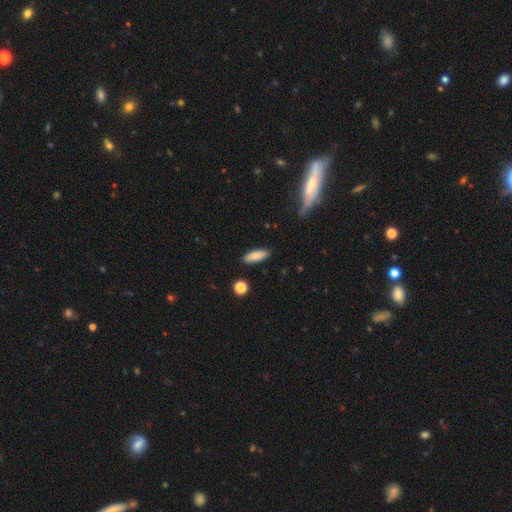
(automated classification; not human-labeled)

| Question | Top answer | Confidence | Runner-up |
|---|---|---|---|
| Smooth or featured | smooth | 85% | featured or disk (8%) |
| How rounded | in between | 60% | cigar-shaped (38%) |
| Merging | none | 87% | minor disturbance (10%) |